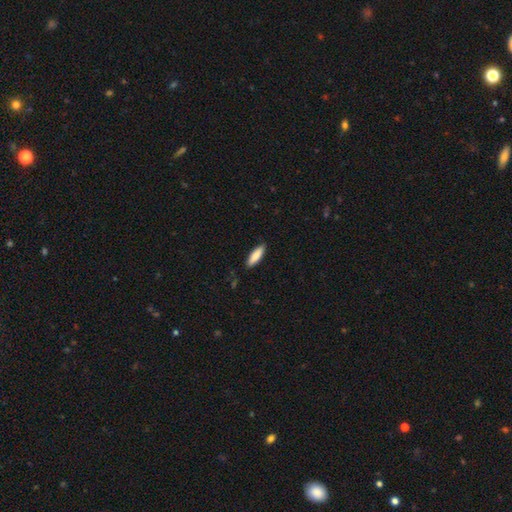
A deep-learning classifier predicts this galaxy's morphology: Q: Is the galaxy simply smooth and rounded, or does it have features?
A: smooth — 85%.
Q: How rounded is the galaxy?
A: cigar-shaped — 51%.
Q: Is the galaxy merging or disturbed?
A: none — 88%.